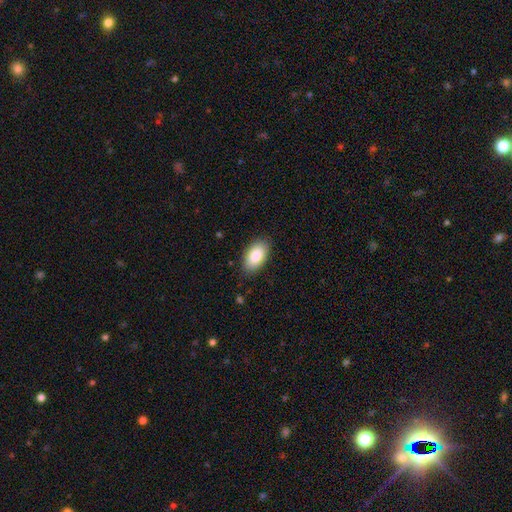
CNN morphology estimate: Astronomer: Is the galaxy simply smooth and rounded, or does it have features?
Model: smooth — 86%.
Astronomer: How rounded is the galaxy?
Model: in between — 95%.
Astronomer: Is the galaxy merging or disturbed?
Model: none — 86%.